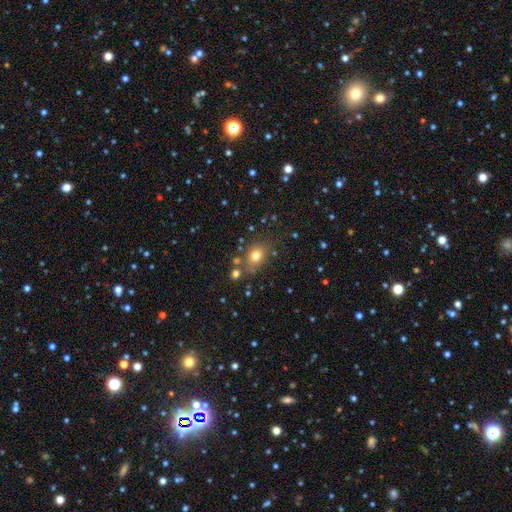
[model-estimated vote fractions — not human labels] smooth_or_featured: smooth (p=0.73) [alt: star or artifact p=0.16]
how_rounded: round (p=0.55) [alt: in between p=0.44]
merging: none (p=0.72) [alt: minor disturbance p=0.14]